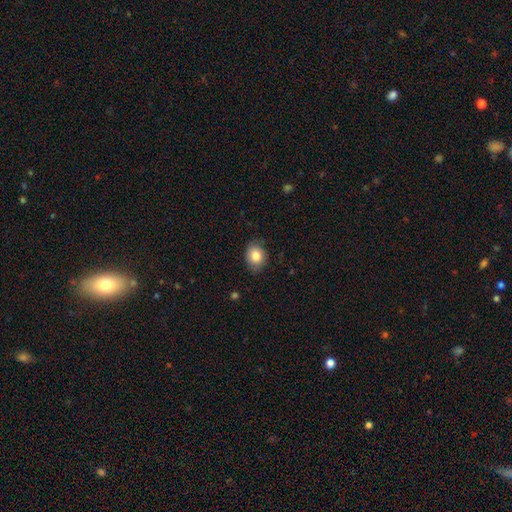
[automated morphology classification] Smooth or featured? Predicted: smooth (p=0.83). How rounded? Predicted: in between (p=0.55). Merging? Predicted: none (p=0.79).